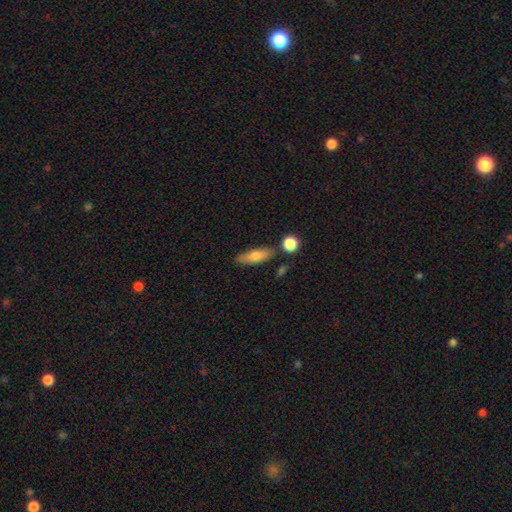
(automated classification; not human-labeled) This is likely a smooth galaxy (70%). How rounded: possibly in between (51%). Merging: likely none (77%).